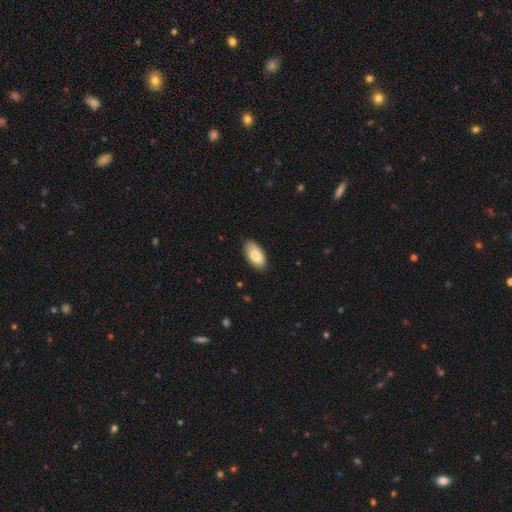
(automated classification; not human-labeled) smooth 86%, featured or disk 8%, star or artifact 6%. Down the decision tree: how rounded — in between (94%); merging — none (84%).